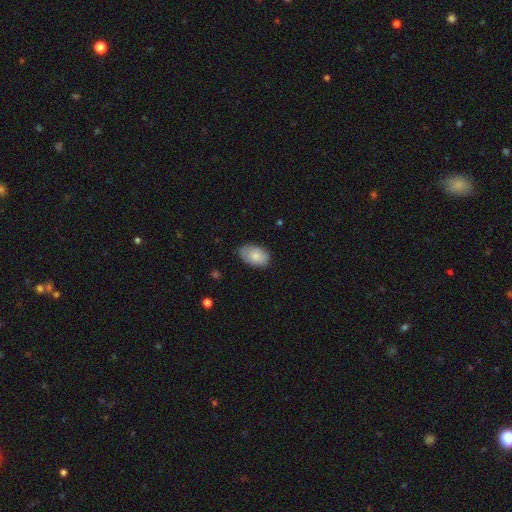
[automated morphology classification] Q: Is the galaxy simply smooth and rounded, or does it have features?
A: smooth — 81%.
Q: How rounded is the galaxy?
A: in between — 92%.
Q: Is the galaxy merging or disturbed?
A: none — 75%.